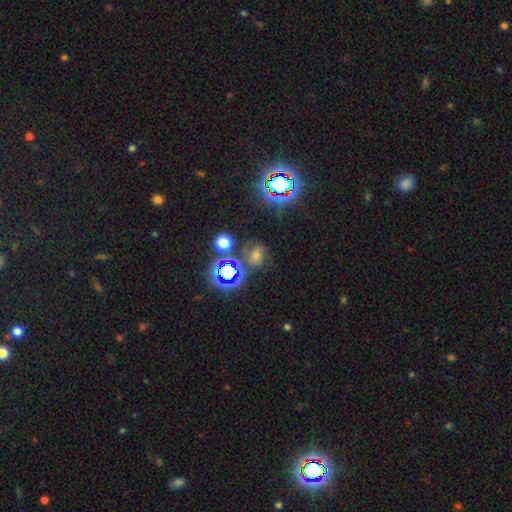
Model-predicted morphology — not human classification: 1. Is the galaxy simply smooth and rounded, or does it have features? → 45% star or artifact, 38% smooth, 17% featured or disk.